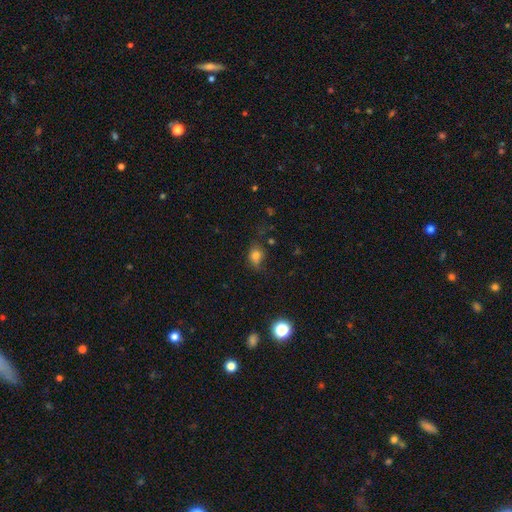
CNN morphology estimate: Q: Smooth or featured?
A: smooth (74%); runner-up: star or artifact (15%)
Q: How rounded?
A: in between (54%); runner-up: round (44%)
Q: Merging?
A: none (52%); runner-up: minor disturbance (30%)